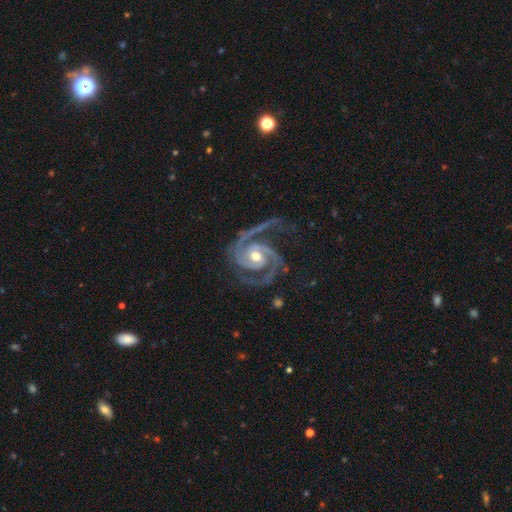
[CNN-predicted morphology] Overall: featured or disk (94%). Edge-on disk: no (98%). Bar: no (54%; weak 30%). Spiral arms: yes (99%). Spiral arm count: 2 (75%). Spiral winding: medium (47%; tight 46%). Bulge size: moderate (73%). Merging: none (66%).